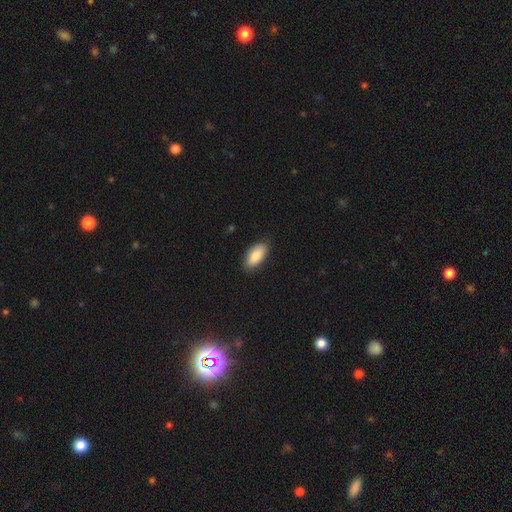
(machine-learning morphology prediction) A smooth galaxy with no disk features (86%) that is in between round and cigar-shaped (90%). Merging: none (84%).